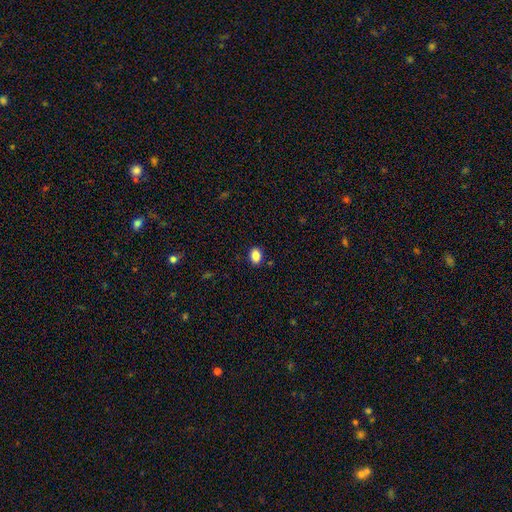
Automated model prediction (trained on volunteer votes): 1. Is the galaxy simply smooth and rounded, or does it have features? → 87% smooth, 9% star or artifact, 4% featured or disk.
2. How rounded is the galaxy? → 72% in between, 27% round, 1% cigar-shaped.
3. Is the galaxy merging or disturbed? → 88% none, 9% minor disturbance, 2% major disturbance, 1% merger.